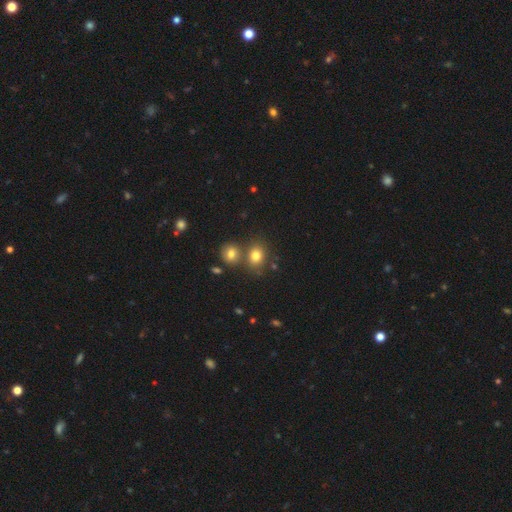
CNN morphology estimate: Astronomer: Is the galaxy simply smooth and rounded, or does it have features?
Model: smooth — 79%.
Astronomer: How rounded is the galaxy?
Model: round — 52% (runner-up: in between, 47%).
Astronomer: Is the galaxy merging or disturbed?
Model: none — 59%.